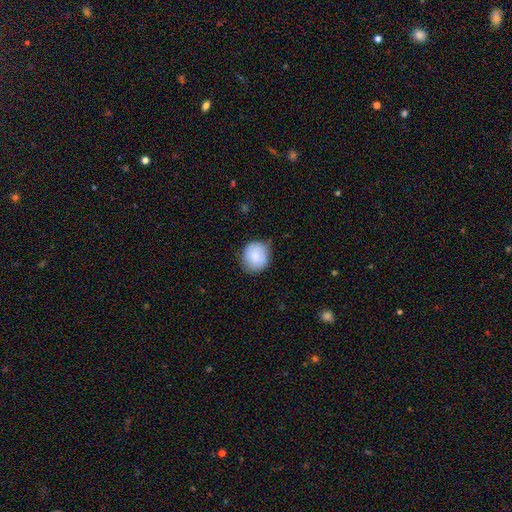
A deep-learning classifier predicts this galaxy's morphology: type=smooth (81%); roundness=round (81%); merging=none (75%).